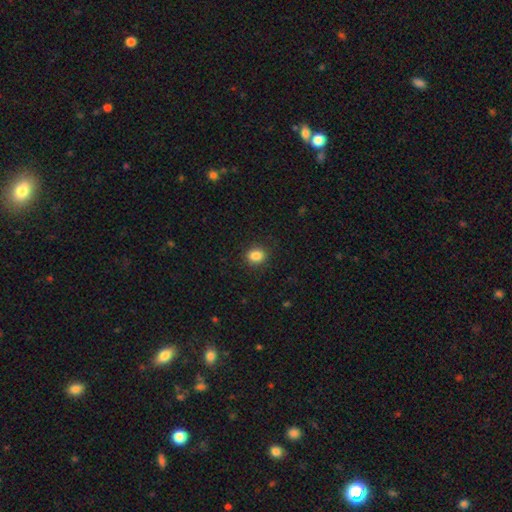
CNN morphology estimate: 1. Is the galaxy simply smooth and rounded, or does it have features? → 86% smooth, 10% star or artifact, 4% featured or disk.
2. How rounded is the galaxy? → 59% round, 40% in between, 1% cigar-shaped.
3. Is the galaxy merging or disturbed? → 88% none, 8% minor disturbance, 2% major disturbance, 1% merger.